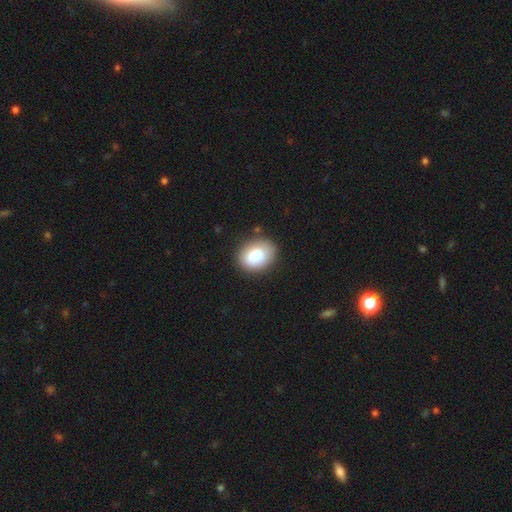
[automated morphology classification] Smooth or featured: smooth — 84% (featured or disk — 9%)
How rounded: in between — 59% (round — 40%)
Merging: none — 82% (minor disturbance — 13%)